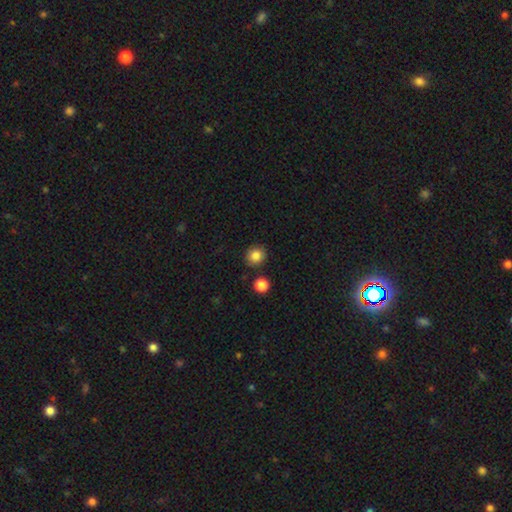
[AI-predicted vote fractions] A smooth galaxy with no disk features (85%) that is round (88%).

Vote fractions:
- Smooth or featured? smooth: 85% / star or artifact: 10% / featured or disk: 5%
- How rounded? round: 88% / in between: 11% / cigar-shaped: 1%
- Merging? none: 86% / minor disturbance: 8% / merger: 4% / major disturbance: 2%